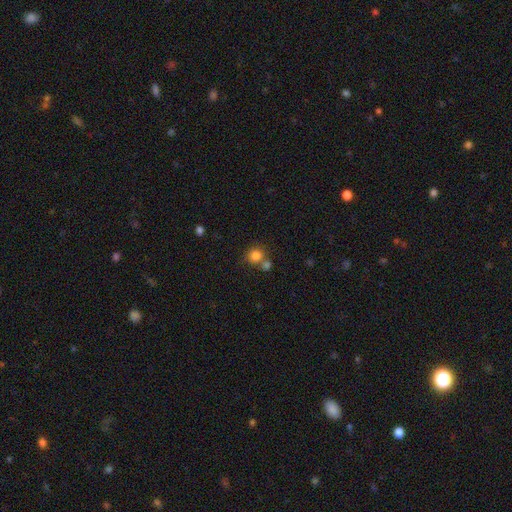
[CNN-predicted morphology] A smooth galaxy with no disk features (82%) that is round (83%).

Vote fractions:
- Smooth or featured? smooth: 82% / star or artifact: 11% / featured or disk: 6%
- How rounded? round: 83% / in between: 16% / cigar-shaped: 1%
- Merging? none: 56% / merger: 30% / minor disturbance: 9% / major disturbance: 4%